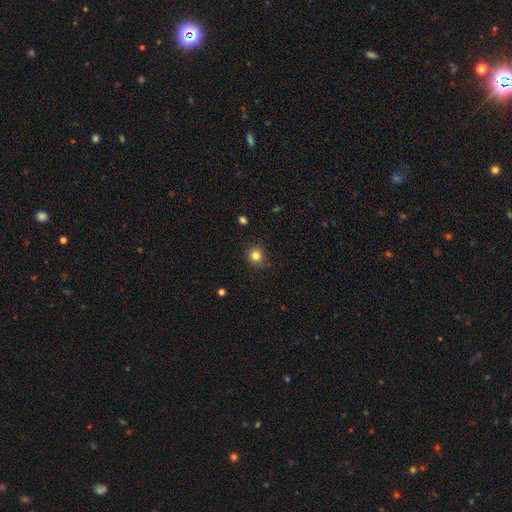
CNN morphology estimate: The model was most divided on "smooth or featured": smooth: 82%, star or artifact: 13%, featured or disk: 5%. More confident: how rounded — round (91%); merging — none (89%).